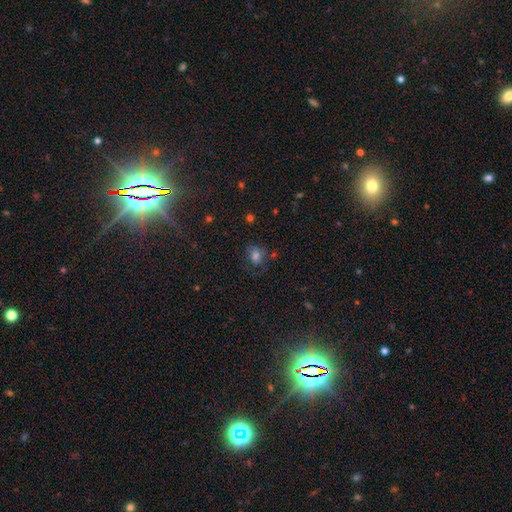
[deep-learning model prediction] A smooth galaxy with no disk features (69%) that is round (53%).

Vote fractions:
- Smooth or featured? smooth: 69% / star or artifact: 16% / featured or disk: 15%
- How rounded? round: 53% / in between: 46% / cigar-shaped: 1%
- Merging? none: 59% / minor disturbance: 23% / major disturbance: 14% / merger: 4%